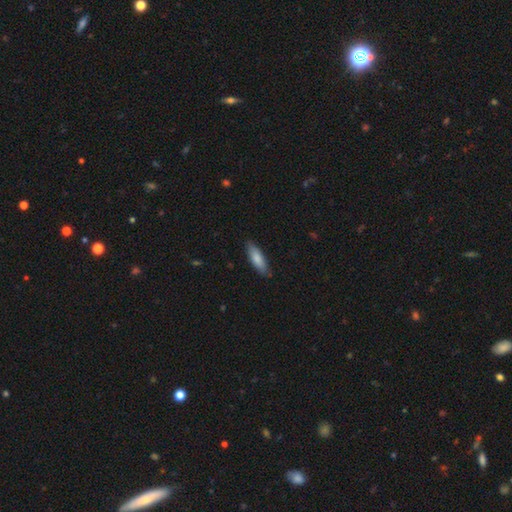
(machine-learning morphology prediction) Overall: smooth (77%). How rounded: cigar-shaped (59%; in between 40%). Merging: none (85%).